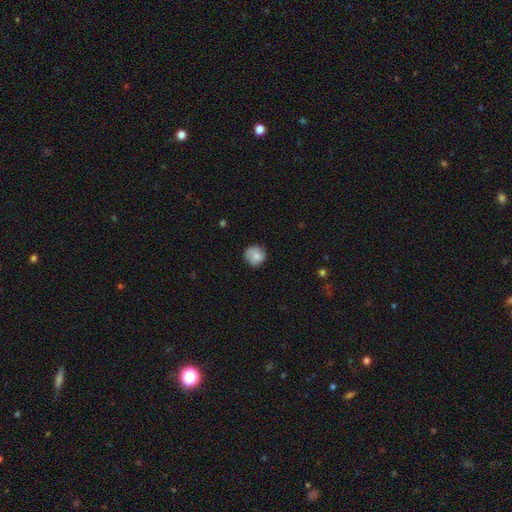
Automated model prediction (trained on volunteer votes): Q: Smooth or featured?
A: smooth (79%); runner-up: featured or disk (14%)
Q: How rounded?
A: round (88%); runner-up: in between (11%)
Q: Merging?
A: none (75%); runner-up: minor disturbance (20%)